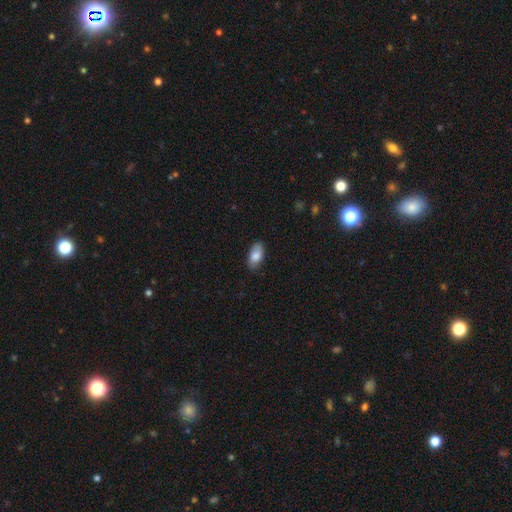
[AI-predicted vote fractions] This is clearly a smooth galaxy (83%). How rounded: clearly in between (92%). Merging: clearly none (82%).